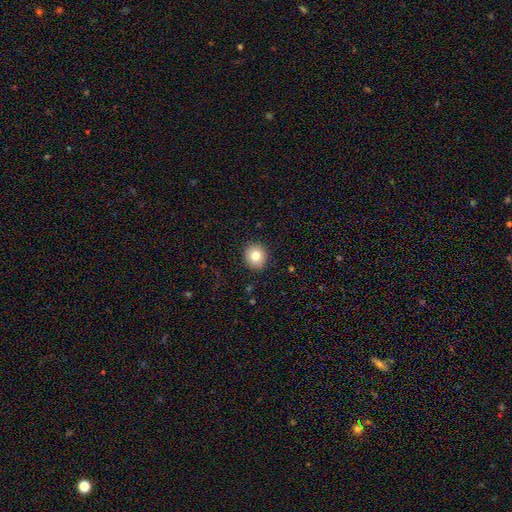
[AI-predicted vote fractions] Morphology: type=smooth (81%); roundness=round (84%); merging=none (91%).